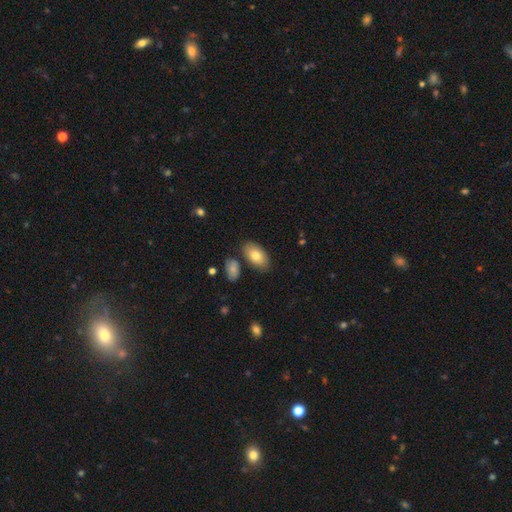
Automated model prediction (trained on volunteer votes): Smooth or featured: smooth — 79% (featured or disk — 15%)
How rounded: in between — 94% (round — 4%)
Merging: none — 78% (minor disturbance — 12%)